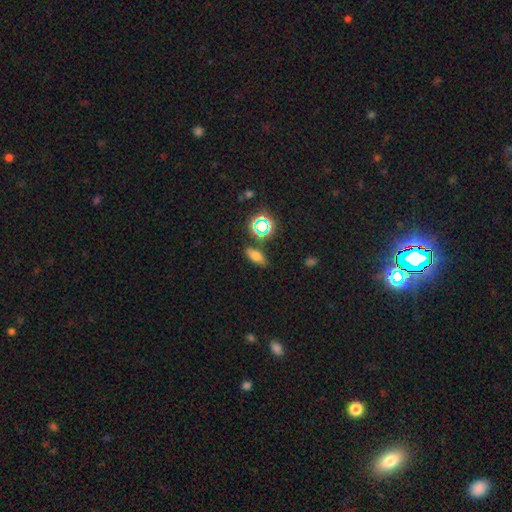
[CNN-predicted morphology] Overall: smooth (66%). How rounded: in between (74%). Merging: none (81%).